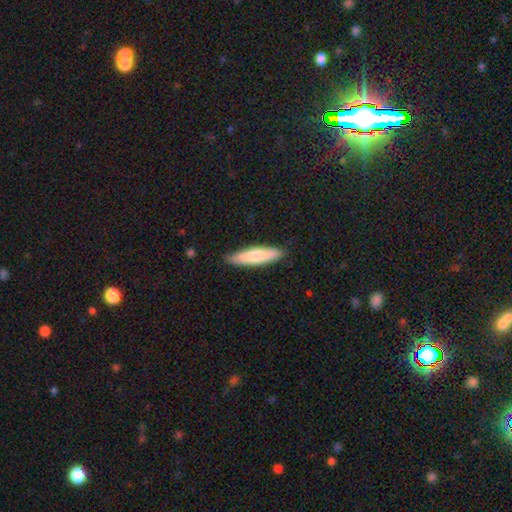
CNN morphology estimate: The model was most divided on "how rounded": cigar-shaped: 76%, in between: 23%, round: 1%. More confident: merging — none (87%); smooth or featured — smooth (76%).